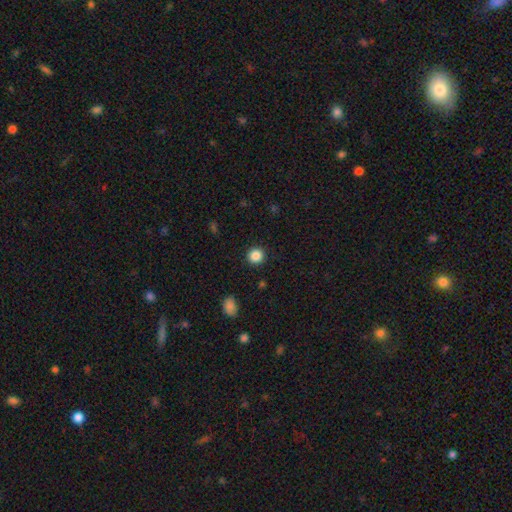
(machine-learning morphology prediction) Q: Smooth or featured?
A: smooth (86%); runner-up: star or artifact (10%)
Q: How rounded?
A: round (94%); runner-up: in between (5%)
Q: Merging?
A: none (92%); runner-up: minor disturbance (5%)